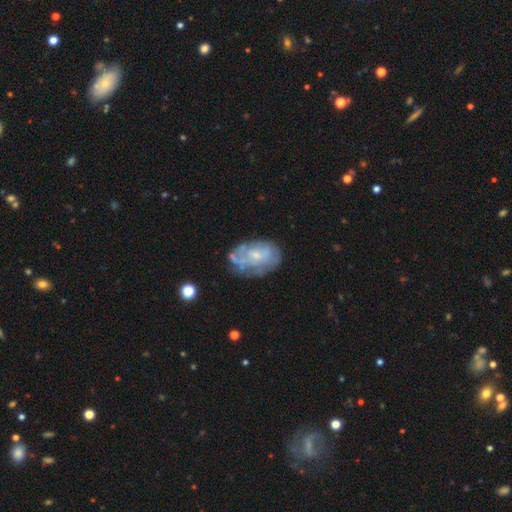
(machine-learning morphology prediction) Overall: featured or disk (61%; smooth 31%). Edge-on disk: no (96%). Bar: no (77%). Spiral arms: no (50%, tied with yes). Bulge size: small (59%; moderate 30%). Merging: none (56%; minor disturbance 26%).